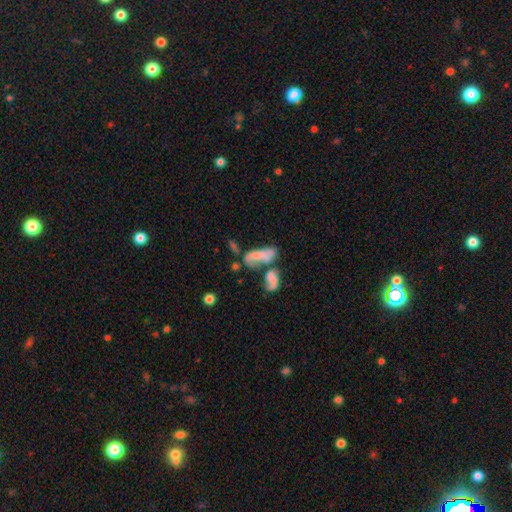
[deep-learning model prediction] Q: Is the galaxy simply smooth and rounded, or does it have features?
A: smooth — 56%.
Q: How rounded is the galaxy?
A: in between — 71%.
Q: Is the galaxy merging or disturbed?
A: merger — 54%.